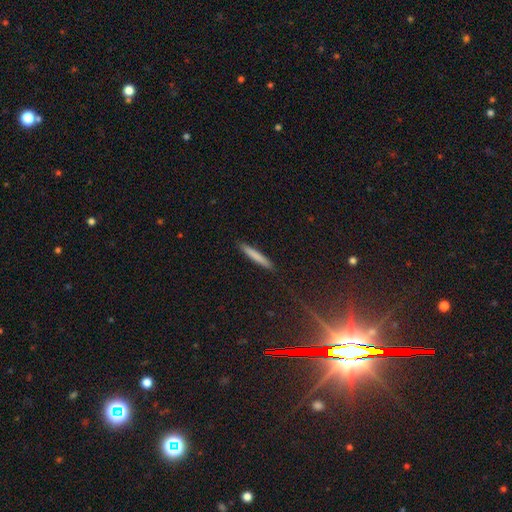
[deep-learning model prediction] smooth-or-featured: smooth: 77% | featured or disk: 16% | star or artifact: 7%
  how-rounded: cigar-shaped: 95% | in between: 3% | round: 1%
  merging: none: 91% | minor disturbance: 6% | major disturbance: 1% | merger: 1%